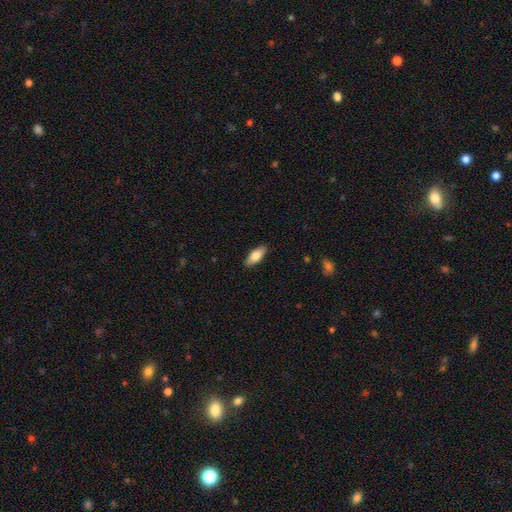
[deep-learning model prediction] Overall: smooth (78%). How rounded: in between (81%). Merging: none (89%).